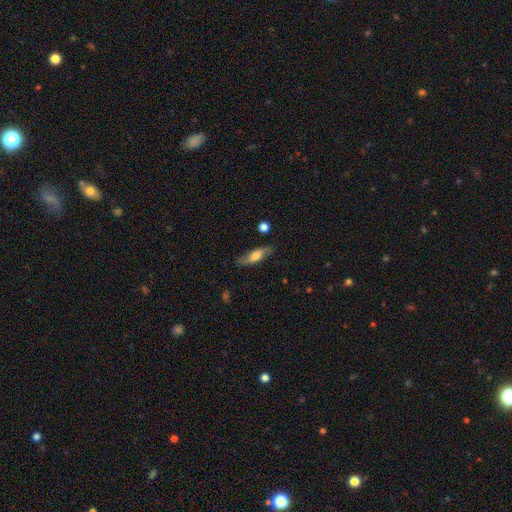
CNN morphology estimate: A smooth galaxy with no disk features (54%) that is in between round and cigar-shaped (55%).

Vote fractions:
- Smooth or featured? smooth: 54% / featured or disk: 39% / star or artifact: 7%
- How rounded? in between: 55% / cigar-shaped: 42% / round: 4%
- Merging? none: 80% / minor disturbance: 15% / major disturbance: 4% / merger: 2%